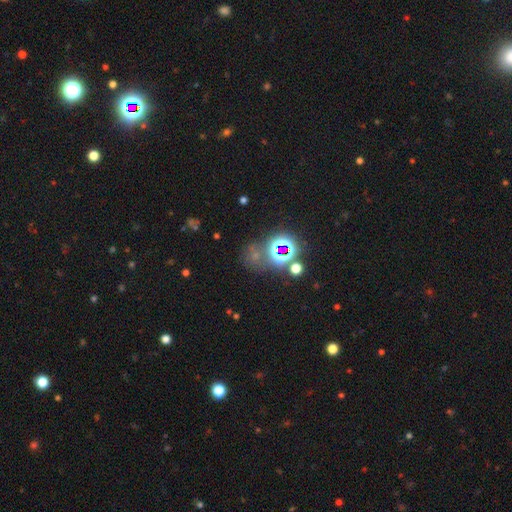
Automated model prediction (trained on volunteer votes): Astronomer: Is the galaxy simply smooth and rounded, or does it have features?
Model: star or artifact — 59%.